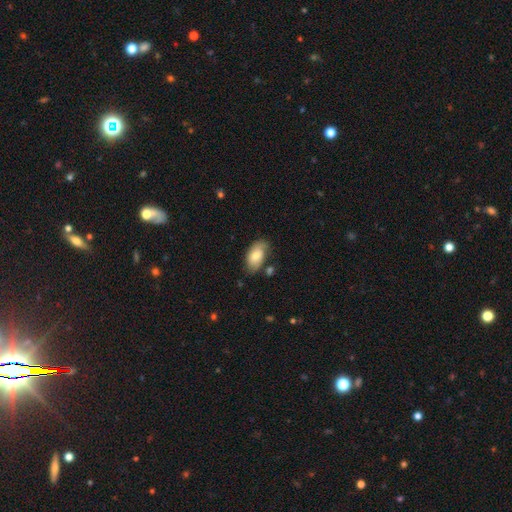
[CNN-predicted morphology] Q: Smooth or featured?
A: smooth (70%); runner-up: featured or disk (23%)
Q: How rounded?
A: in between (93%); runner-up: round (5%)
Q: Merging?
A: none (62%); runner-up: minor disturbance (25%)